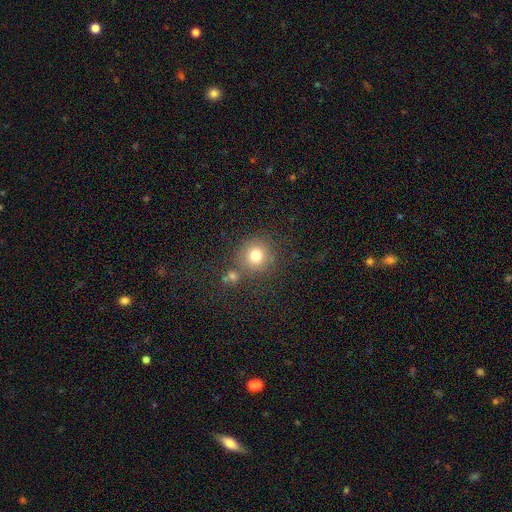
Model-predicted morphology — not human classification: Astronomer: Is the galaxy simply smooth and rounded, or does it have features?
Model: smooth — 77%.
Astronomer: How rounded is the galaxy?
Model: round — 92%.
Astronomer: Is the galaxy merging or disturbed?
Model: none — 75%.